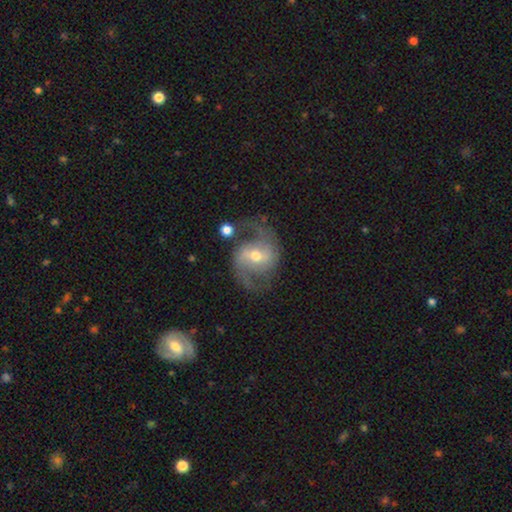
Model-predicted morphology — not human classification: featured or disk 85%, smooth 9%, star or artifact 6%. Down the decision tree: edge-on disk — no (97%); bar — weak (44%); spiral arms — yes (94%); spiral arm count — 2 (91%); spiral winding — medium (50%); bulge size — moderate (64%); merging — none (68%).